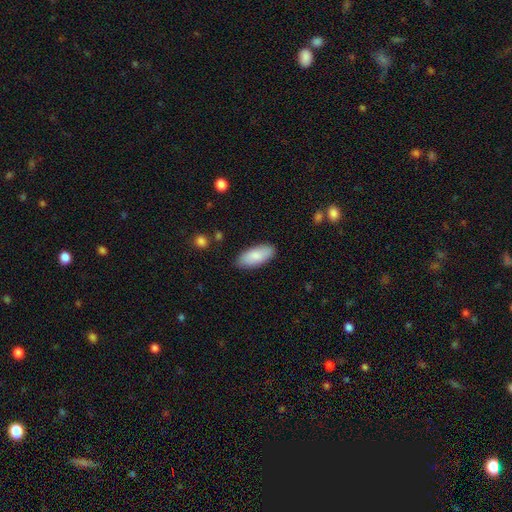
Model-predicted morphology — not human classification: This is clearly a smooth galaxy (85%). How rounded: clearly in between (87%). Merging: clearly none (86%).